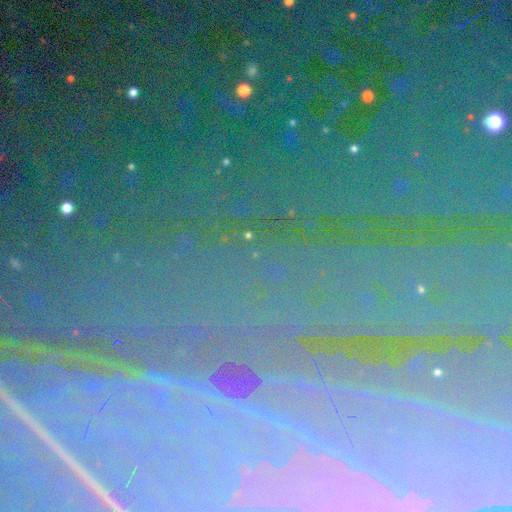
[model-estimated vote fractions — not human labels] A star or artifact, not a galaxy (74%).